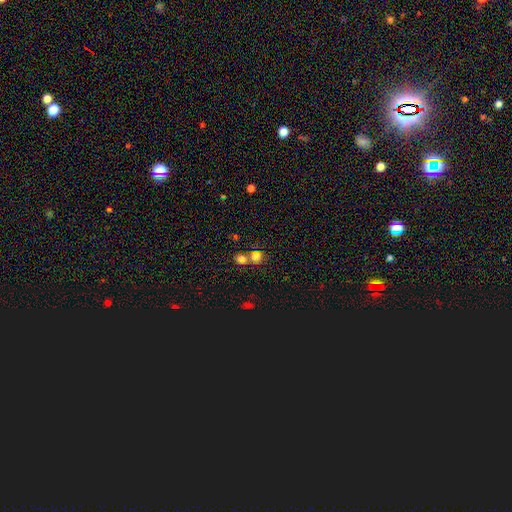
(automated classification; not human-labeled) smooth 76%, star or artifact 15%, featured or disk 8%. Down the decision tree: how rounded — round (82%); merging — none (50%).